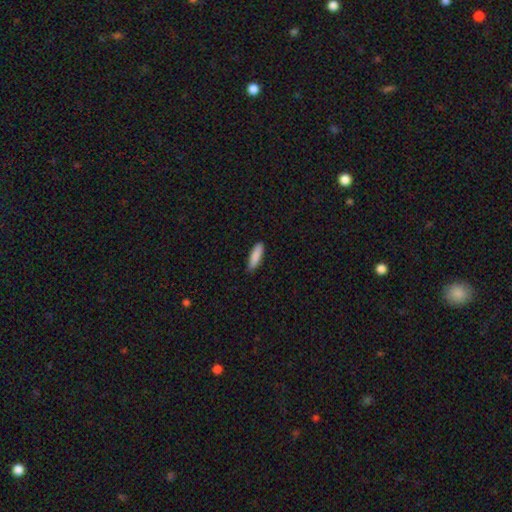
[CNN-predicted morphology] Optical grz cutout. It shows a smooth galaxy with no disk features (88%) that is cigar-shaped (66%). Merging: none (86%).